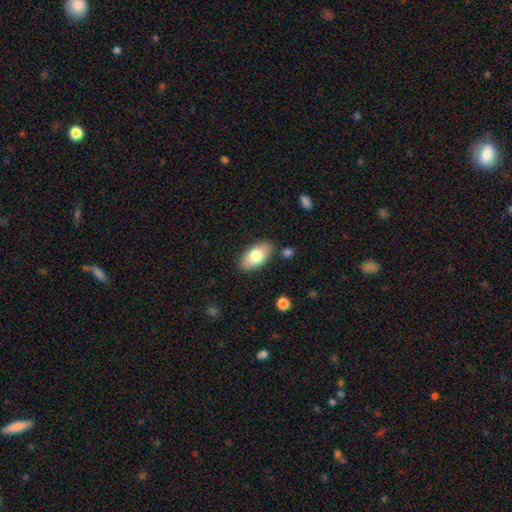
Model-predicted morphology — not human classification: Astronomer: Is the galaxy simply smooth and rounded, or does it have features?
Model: smooth — 76%.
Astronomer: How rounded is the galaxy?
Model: in between — 93%.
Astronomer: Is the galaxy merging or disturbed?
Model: none — 84%.